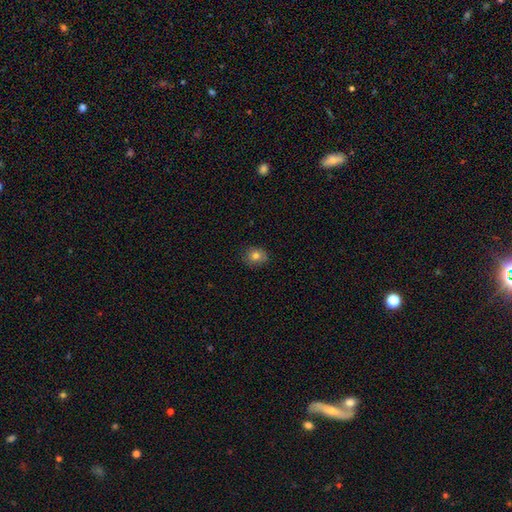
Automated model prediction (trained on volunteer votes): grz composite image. It shows a smooth galaxy with no disk features (80%) that is round (66%). Merging: none (86%).